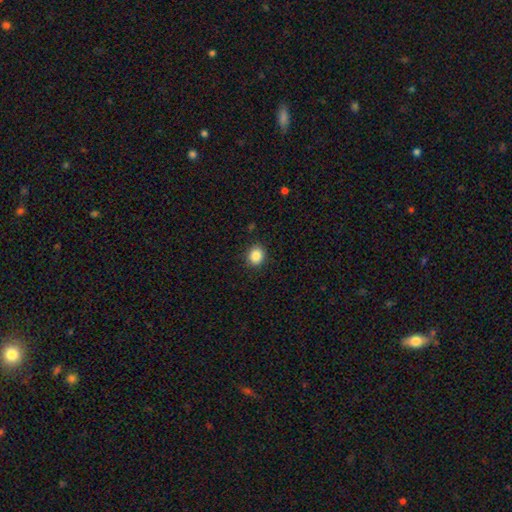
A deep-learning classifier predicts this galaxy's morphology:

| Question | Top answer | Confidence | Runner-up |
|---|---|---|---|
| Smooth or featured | smooth | 87% | star or artifact (9%) |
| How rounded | round | 68% | in between (31%) |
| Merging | none | 88% | minor disturbance (8%) |